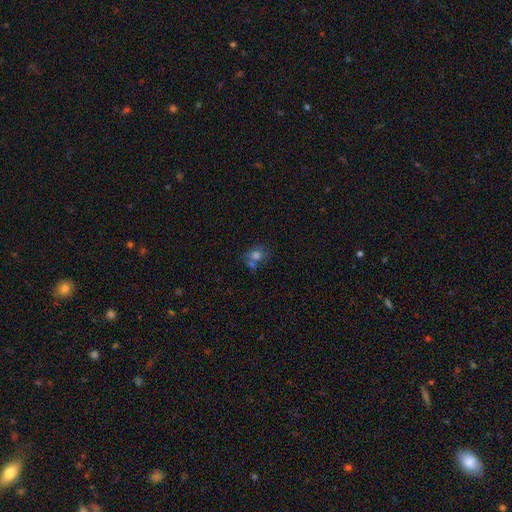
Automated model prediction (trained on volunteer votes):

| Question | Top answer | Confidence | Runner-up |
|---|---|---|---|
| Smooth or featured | smooth | 67% | star or artifact (17%) |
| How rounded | round | 67% | in between (31%) |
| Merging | none | 50% | merger (31%) |